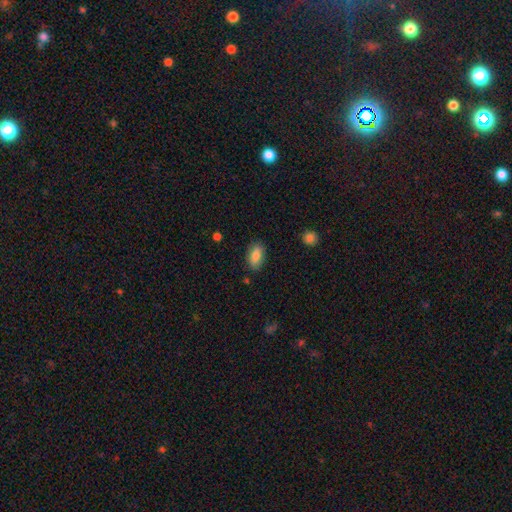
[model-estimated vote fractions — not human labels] A smooth galaxy with no disk features (85%) that is in between round and cigar-shaped (91%). Merging: none (85%).